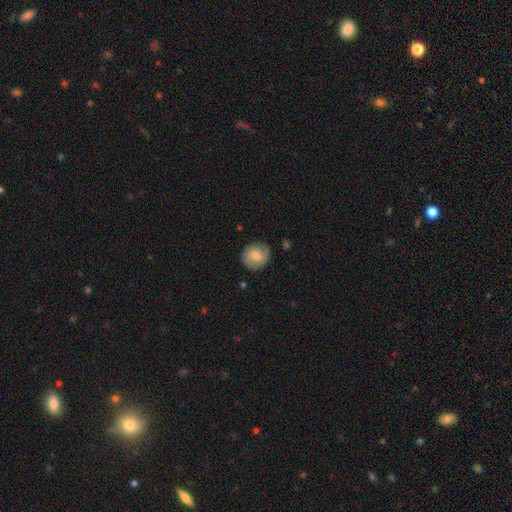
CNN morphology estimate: smooth-or-featured: smooth: 70% | featured or disk: 22% | star or artifact: 7%
  how-rounded: round: 87% | in between: 12% | cigar-shaped: 1%
  merging: none: 82% | minor disturbance: 13% | major disturbance: 3% | merger: 1%